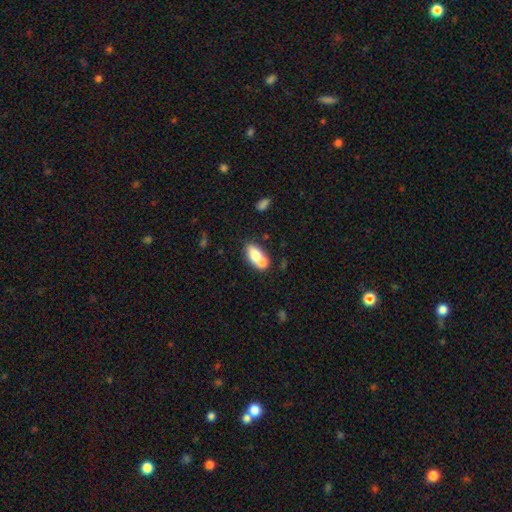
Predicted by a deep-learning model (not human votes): This is likely a smooth galaxy (70%). How rounded: clearly in between (83%). Merging: possibly merger (55%).